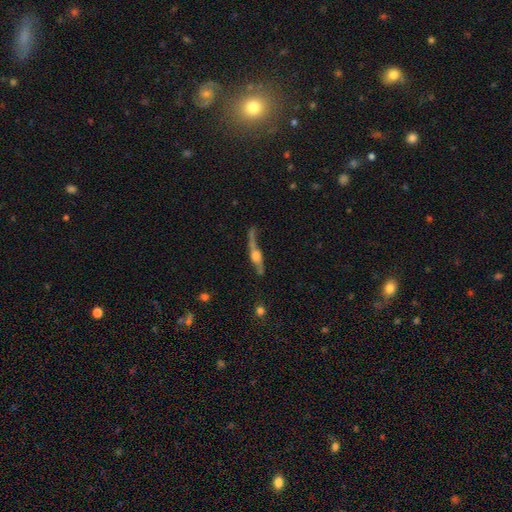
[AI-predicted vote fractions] Smooth or featured?
  - featured or disk: 72% *
  - smooth: 19%
  - star or artifact: 8%
Edge-on disk?
  - yes: 78% *
  - no: 22%
Edge-on bulge?
  - rounded: 83% *
  - boxy: 13%
  - none: 5%
Merging?
  - none: 53% *
  - minor disturbance: 23%
  - major disturbance: 16%
  - merger: 7%